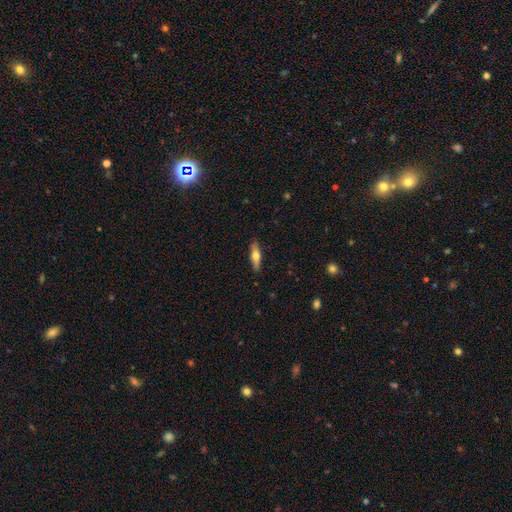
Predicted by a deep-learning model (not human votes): The model was most divided on "smooth or featured": smooth: 53%, featured or disk: 41%, star or artifact: 6%. More confident: merging — none (89%); how rounded — cigar-shaped (64%).